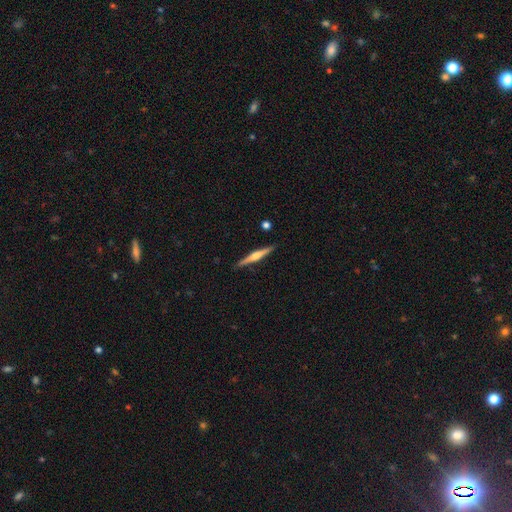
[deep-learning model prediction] A featured or disk galaxy (68%) viewed edge-on (98%) with a rounded central bulge (78%).

Vote fractions:
- Smooth or featured? featured or disk: 68% / smooth: 26% / star or artifact: 6%
- Edge-on disk? yes: 98% / no: 2%
- Edge-on bulge? rounded: 78% / boxy: 14% / none: 8%
- Merging? none: 90% / minor disturbance: 7% / merger: 2% / major disturbance: 2%